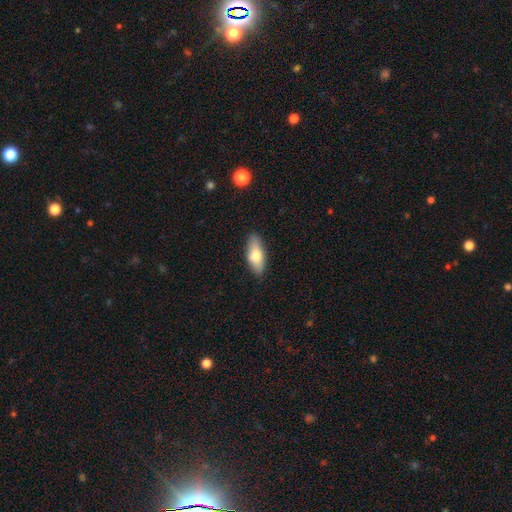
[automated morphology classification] smooth-or-featured: smooth: 72% | featured or disk: 21% | star or artifact: 6%
  how-rounded: in between: 75% | cigar-shaped: 22% | round: 3%
  merging: none: 86% | minor disturbance: 11% | major disturbance: 2% | merger: 1%